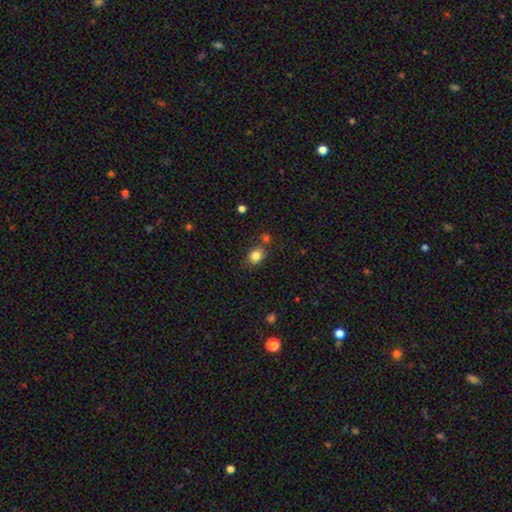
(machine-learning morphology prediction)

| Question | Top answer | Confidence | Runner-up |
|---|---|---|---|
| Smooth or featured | smooth | 84% | star or artifact (10%) |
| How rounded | in between | 55% | round (44%) |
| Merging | none | 73% | minor disturbance (13%) |